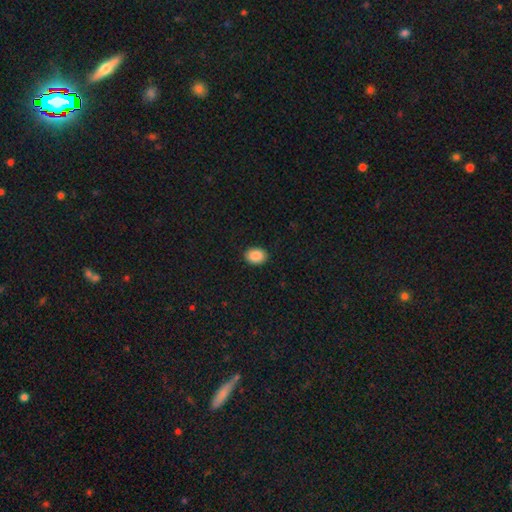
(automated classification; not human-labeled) Smooth or featured?
  - smooth: 89% *
  - star or artifact: 8%
  - featured or disk: 3%
How rounded?
  - in between: 69% *
  - round: 30%
  - cigar-shaped: 1%
Merging?
  - none: 90% *
  - minor disturbance: 7%
  - major disturbance: 2%
  - merger: 1%